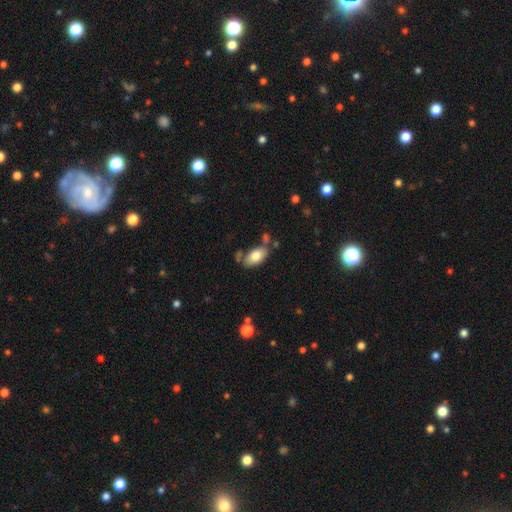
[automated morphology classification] type=smooth (77%); roundness=in between (93%); merging=none (64%).